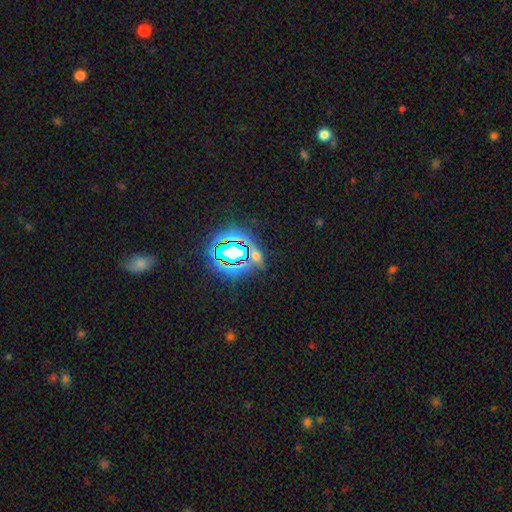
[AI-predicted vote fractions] Smooth or featured? star or artifact (62%)